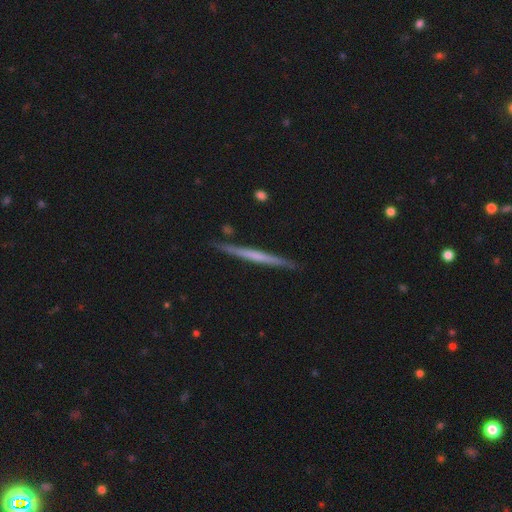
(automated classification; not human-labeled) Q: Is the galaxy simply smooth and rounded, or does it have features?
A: featured or disk — 57%.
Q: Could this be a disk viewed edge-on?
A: yes — 98%.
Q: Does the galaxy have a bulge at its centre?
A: none — 82%.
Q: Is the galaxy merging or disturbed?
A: none — 88%.